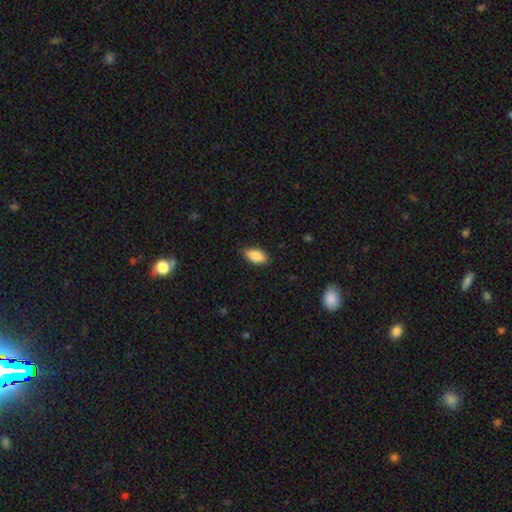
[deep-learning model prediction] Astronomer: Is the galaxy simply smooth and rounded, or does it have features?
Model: smooth — 88%.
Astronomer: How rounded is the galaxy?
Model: in between — 90%.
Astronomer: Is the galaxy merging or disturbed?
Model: none — 84%.